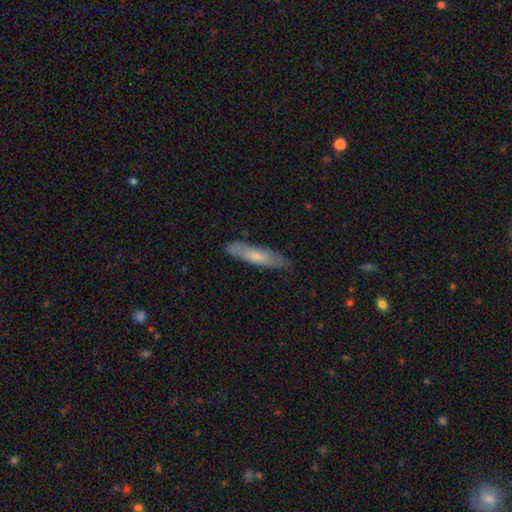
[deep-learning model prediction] Smooth or featured? smooth (58%)
How rounded? cigar-shaped (79%)
Merging? none (74%)